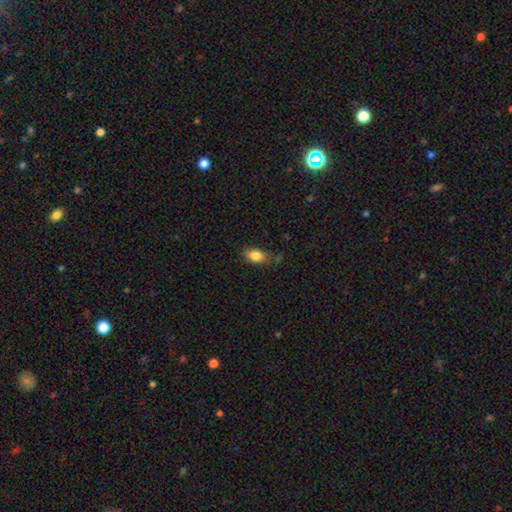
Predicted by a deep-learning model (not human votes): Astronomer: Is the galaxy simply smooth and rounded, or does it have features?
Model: smooth — 84%.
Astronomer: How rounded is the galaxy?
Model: in between — 87%.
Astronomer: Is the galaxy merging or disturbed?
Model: none — 72%.